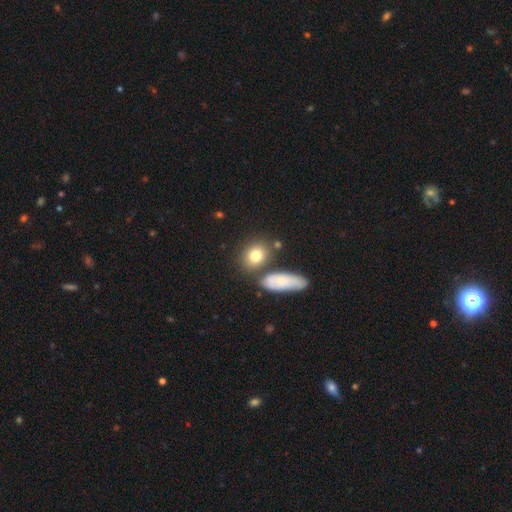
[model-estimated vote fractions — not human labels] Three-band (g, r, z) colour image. It shows a smooth galaxy with no disk features (79%) that is round (50%). Merging: none (69%).